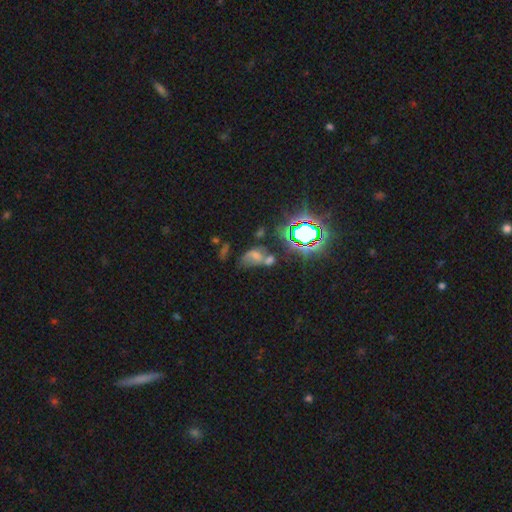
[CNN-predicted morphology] type=star or artifact (40%).